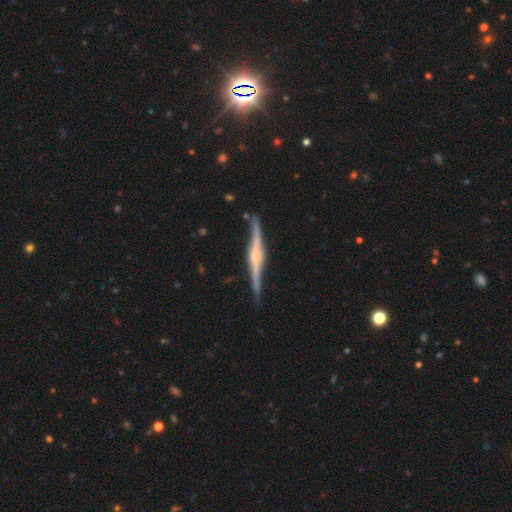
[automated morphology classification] smooth_or_featured: featured or disk (p=0.84) [alt: smooth p=0.11]
disk_edge_on: yes (p=0.97) [alt: no p=0.03]
edge_on_bulge: rounded (p=0.62) [alt: boxy p=0.28]
merging: none (p=0.82) [alt: minor disturbance p=0.13]